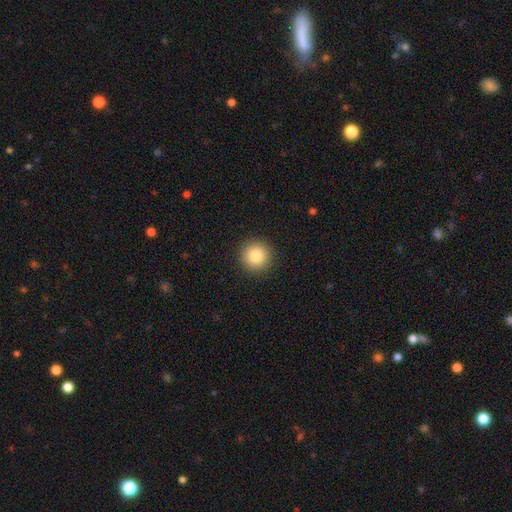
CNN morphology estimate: smooth 84%, star or artifact 9%, featured or disk 6%. Down the decision tree: how rounded — round (95%); merging — none (92%).